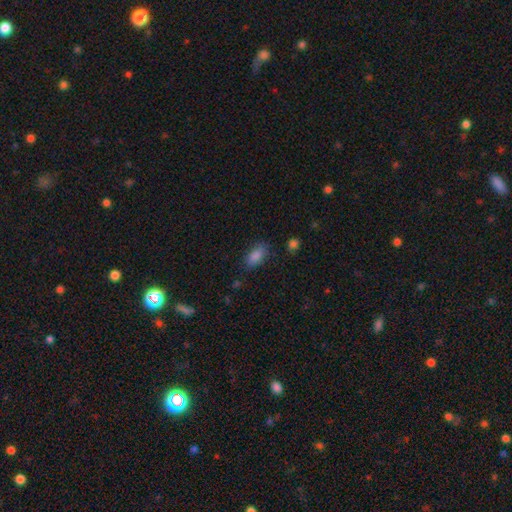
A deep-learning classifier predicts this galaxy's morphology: type=smooth (84%); roundness=in between (89%); merging=none (80%).